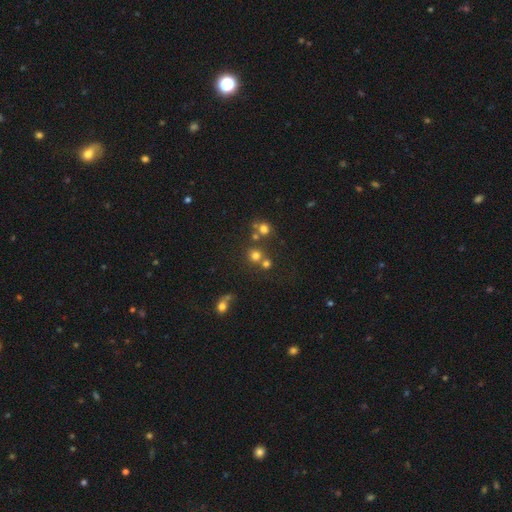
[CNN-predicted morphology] type=smooth (69%); roundness=round (89%); merging=none (61%).